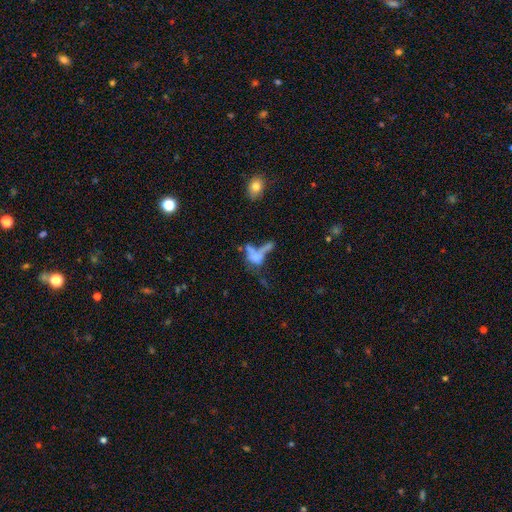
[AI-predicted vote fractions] Smooth or featured? smooth (49%)
Merging? merger (46%)